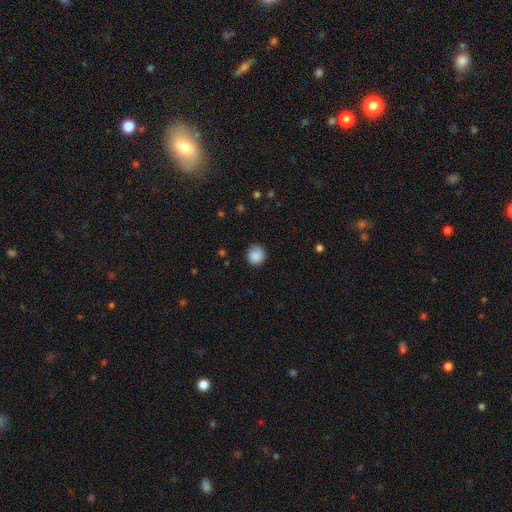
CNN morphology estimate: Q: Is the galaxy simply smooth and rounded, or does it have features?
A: smooth — 88%.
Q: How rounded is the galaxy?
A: round — 92%.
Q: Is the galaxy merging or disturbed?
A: none — 84%.